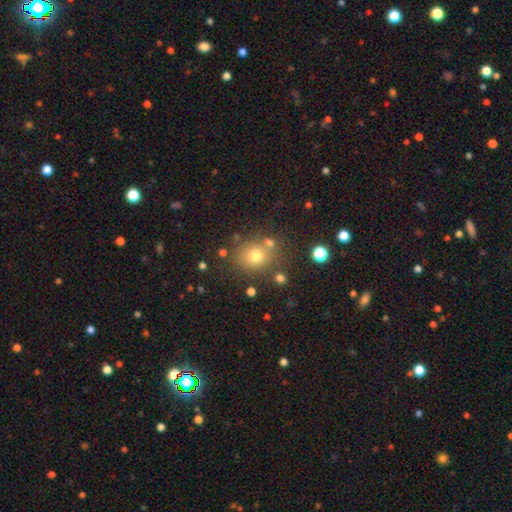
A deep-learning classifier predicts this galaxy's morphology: This is likely a smooth galaxy (72%). How rounded: likely round (76%). Merging: likely none (73%).